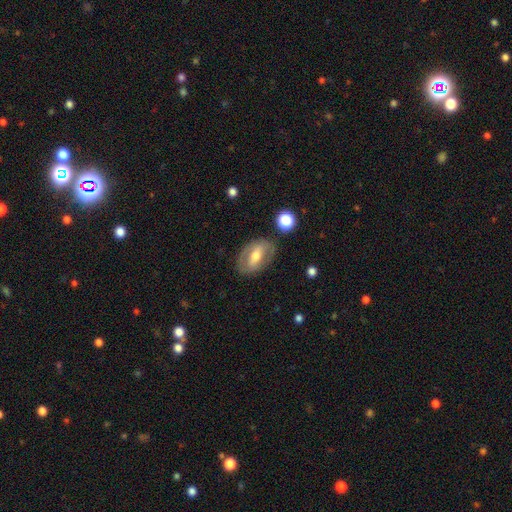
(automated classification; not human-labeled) Smooth or featured: featured or disk — 53% (smooth — 40%)
Edge-on disk: no — 89% (yes — 11%)
Merging: none — 77% (minor disturbance — 15%)